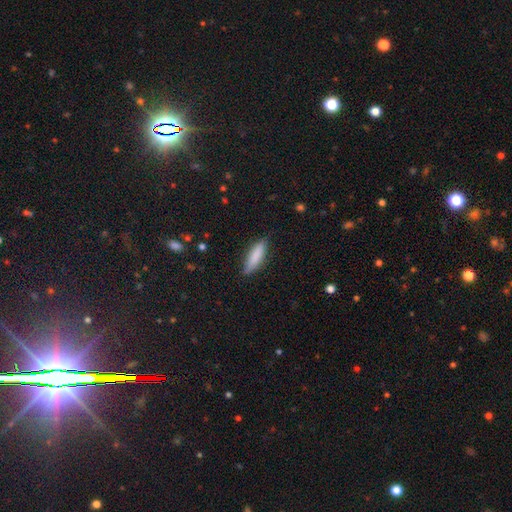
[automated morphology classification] A smooth galaxy with no disk features (81%) that is cigar-shaped (62%). Merging: none (80%).